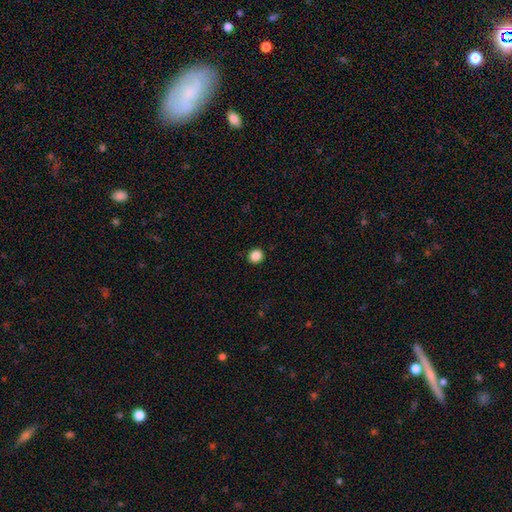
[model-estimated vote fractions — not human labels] smooth_or_featured: smooth (p=0.87) [alt: star or artifact p=0.10]
how_rounded: round (p=0.90) [alt: in between p=0.09]
merging: none (p=0.93) [alt: minor disturbance p=0.04]